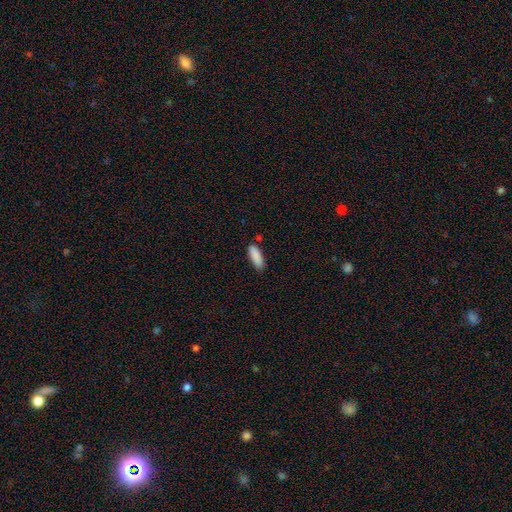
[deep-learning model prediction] smooth 89%, star or artifact 6%, featured or disk 4%. Down the decision tree: how rounded — in between (62%); merging — none (80%).